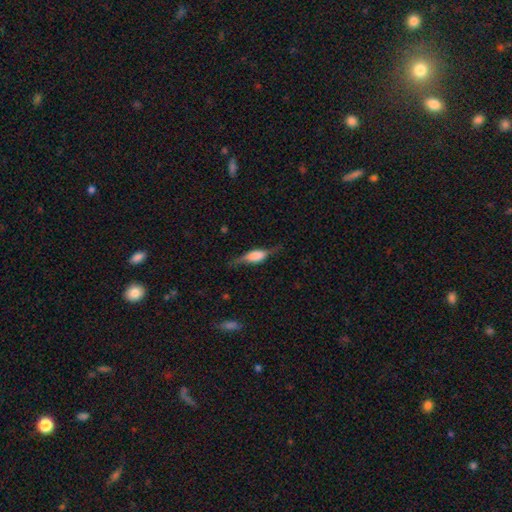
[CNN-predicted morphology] smooth_or_featured: featured or disk (p=0.61) [alt: smooth p=0.31]
disk_edge_on: yes (p=0.89) [alt: no p=0.11]
edge_on_bulge: rounded (p=0.61) [alt: boxy p=0.35]
merging: none (p=0.67) [alt: minor disturbance p=0.21]